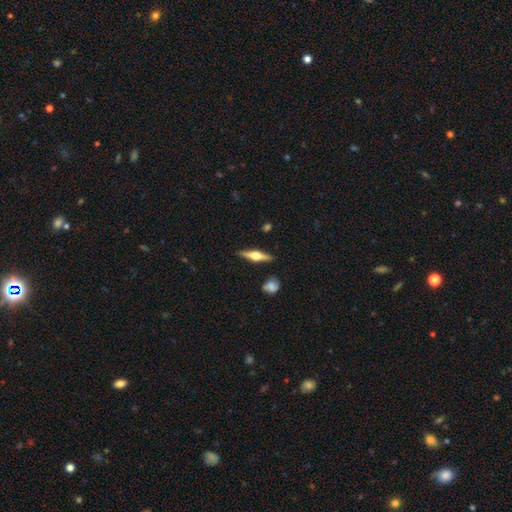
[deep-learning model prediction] Smooth or featured? featured or disk (69%)
Edge-on disk? yes (97%)
Edge-on bulge? rounded (95%)
Merging? none (88%)